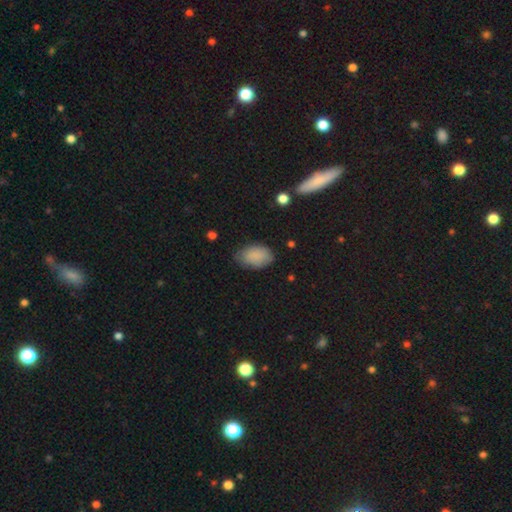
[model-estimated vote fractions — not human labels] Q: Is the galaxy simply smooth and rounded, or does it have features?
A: smooth — 87%.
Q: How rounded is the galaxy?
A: in between — 89%.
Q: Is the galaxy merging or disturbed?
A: none — 69%.